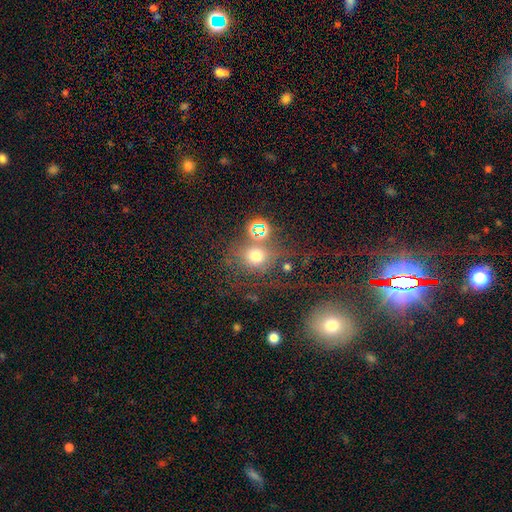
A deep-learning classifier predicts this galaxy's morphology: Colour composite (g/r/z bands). It shows a smooth galaxy with no disk features (58%) that is round (78%). Merging: none (56%).